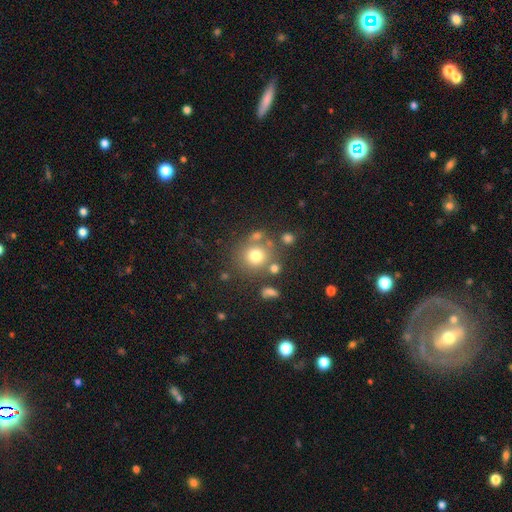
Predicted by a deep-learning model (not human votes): This is likely a smooth galaxy (73%). How rounded: clearly round (87%). Merging: likely none (70%).